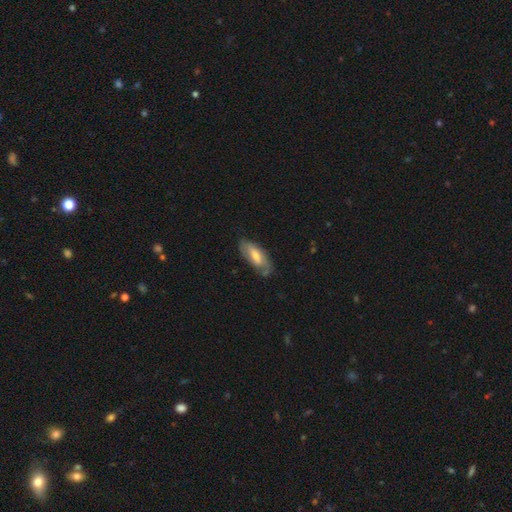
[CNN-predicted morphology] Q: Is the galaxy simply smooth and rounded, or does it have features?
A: smooth — 53%.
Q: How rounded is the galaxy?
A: in between — 75%.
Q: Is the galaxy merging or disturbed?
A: none — 68%.